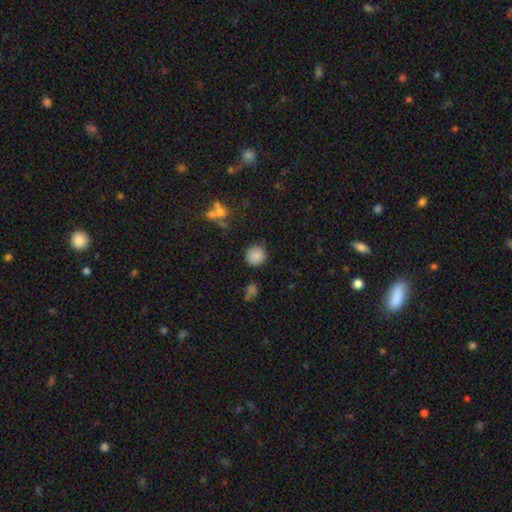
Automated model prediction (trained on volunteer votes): smooth-or-featured: smooth: 85% | star or artifact: 10% | featured or disk: 5%
  how-rounded: round: 92% | in between: 7% | cigar-shaped: 1%
  merging: none: 84% | minor disturbance: 10% | major disturbance: 3% | merger: 3%